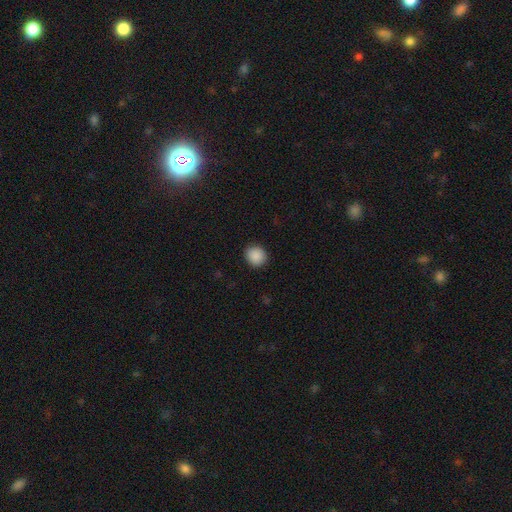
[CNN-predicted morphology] Smooth or featured? smooth (90%)
How rounded? round (85%)
Merging? none (90%)